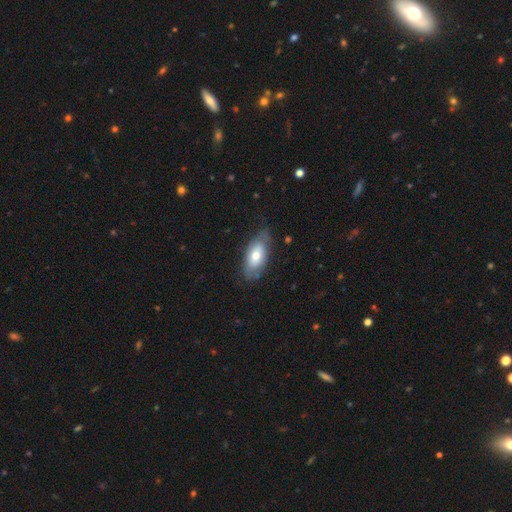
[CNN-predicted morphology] This appears to be a smooth galaxy with no disk features (67%) that is in between round and cigar-shaped (90%). Merging: none (68%).